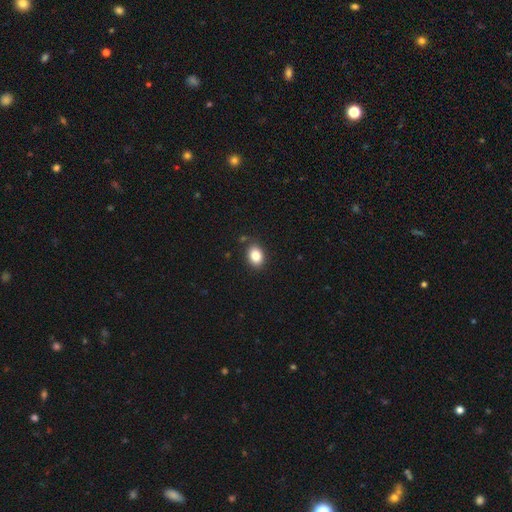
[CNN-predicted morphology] Smooth or featured: smooth — 85% (star or artifact — 9%)
How rounded: in between — 72% (round — 27%)
Merging: none — 85% (minor disturbance — 10%)